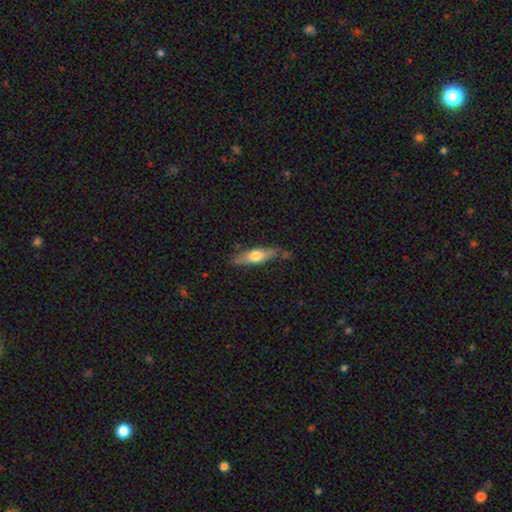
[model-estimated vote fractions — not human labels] A smooth galaxy with no disk features (55%) that is cigar-shaped (64%). Merging: none (76%).